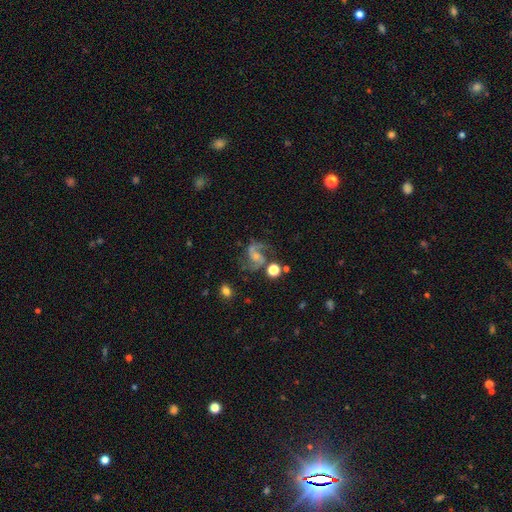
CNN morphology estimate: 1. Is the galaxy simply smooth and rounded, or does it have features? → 85% featured or disk, 7% star or artifact, 7% smooth.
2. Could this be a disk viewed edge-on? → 98% no, 2% yes.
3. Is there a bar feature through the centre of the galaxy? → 47% no, 41% weak, 12% strong.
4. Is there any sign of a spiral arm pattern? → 97% yes, 3% no.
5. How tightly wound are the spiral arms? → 47% medium, 44% loose, 9% tight.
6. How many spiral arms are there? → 91% 2, 3% 1, 2% can't tell, 1% 3, 1% 4, 1% more than 4.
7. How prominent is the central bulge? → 52% small, 29% moderate, 14% none, 3% large, 1% dominant.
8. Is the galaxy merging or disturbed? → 62% none, 18% minor disturbance, 14% major disturbance, 7% merger.